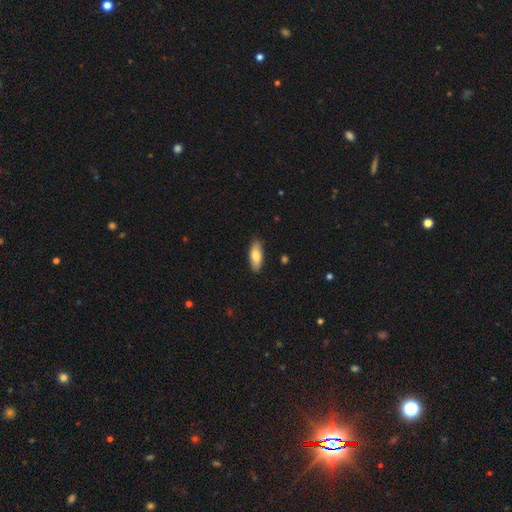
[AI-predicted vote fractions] A smooth galaxy with no disk features (79%) that is in between round and cigar-shaped (79%).

Vote fractions:
- Smooth or featured? smooth: 79% / featured or disk: 15% / star or artifact: 6%
- How rounded? in between: 79% / cigar-shaped: 19% / round: 2%
- Merging? none: 86% / minor disturbance: 11% / major disturbance: 2% / merger: 1%